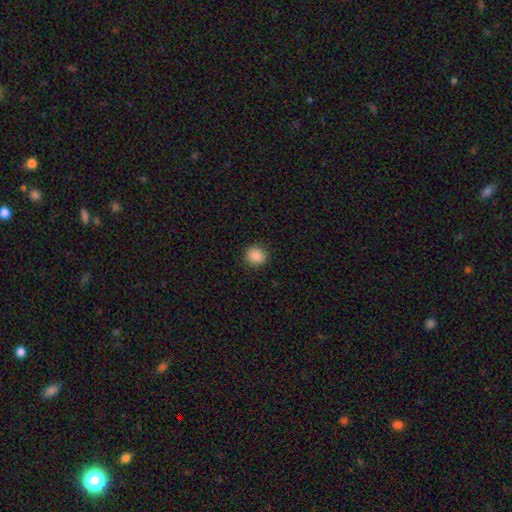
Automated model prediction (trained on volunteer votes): Morphology: type=smooth (87%); roundness=round (87%); merging=none (91%).